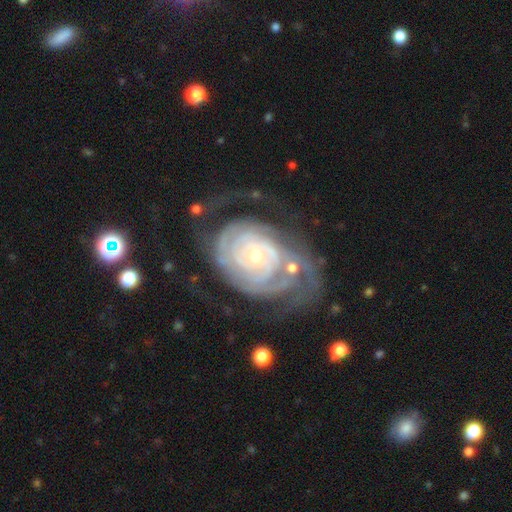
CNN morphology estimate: smooth-or-featured: featured or disk: 89% | smooth: 6% | star or artifact: 5%
  disk-edge-on: no: 97% | yes: 3%
    bar: no: 73% | weak: 21% | strong: 6%
    has-spiral-arms: yes: 96% | no: 4%
      spiral-winding: tight: 78% | medium: 17% | loose: 5%
      spiral-arm-count: can't tell: 31% | 2: 27% | 3: 17% | 4: 11% | more than 4: 8% | 1: 7%
    bulge-size: small: 77% | moderate: 18% | large: 2% | none: 2% | dominant: 1%
  merging: none: 53% | major disturbance: 21% | minor disturbance: 20% | merger: 6%